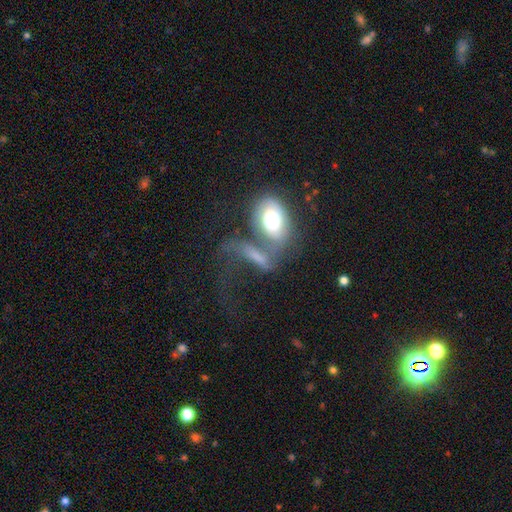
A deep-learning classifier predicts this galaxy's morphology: smooth_or_featured: smooth (p=0.52) [alt: featured or disk p=0.36]
how_rounded: in between (p=0.73) [alt: round p=0.14]
merging: merger (p=0.51) [alt: major disturbance p=0.24]